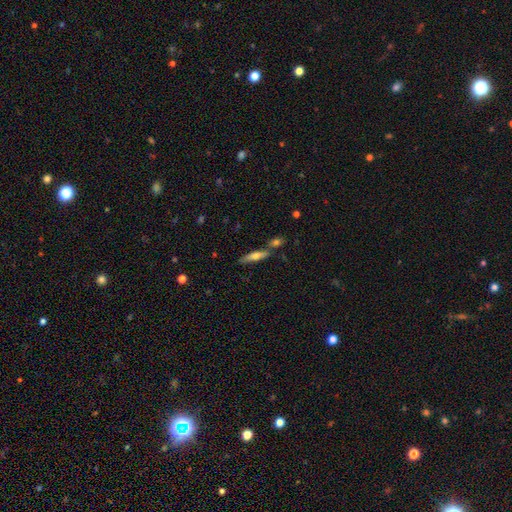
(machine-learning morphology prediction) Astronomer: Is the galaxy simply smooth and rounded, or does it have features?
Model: smooth — 54% (runner-up: featured or disk, 40%).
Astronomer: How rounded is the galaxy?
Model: cigar-shaped — 79%.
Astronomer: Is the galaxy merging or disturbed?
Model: none — 67%.